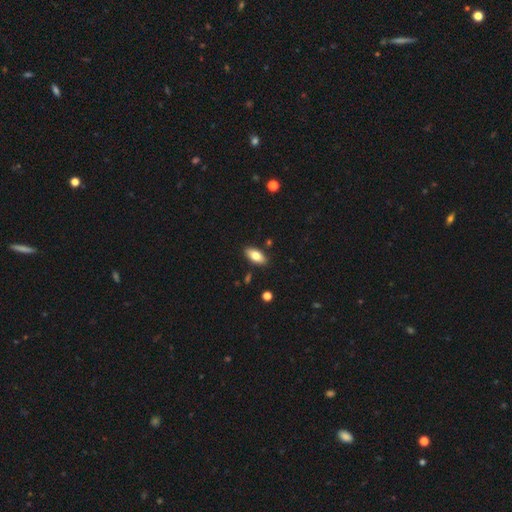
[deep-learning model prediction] Smooth or featured? Predicted: smooth (p=0.77). How rounded? Predicted: in between (p=0.89). Merging? Predicted: none (p=0.87).